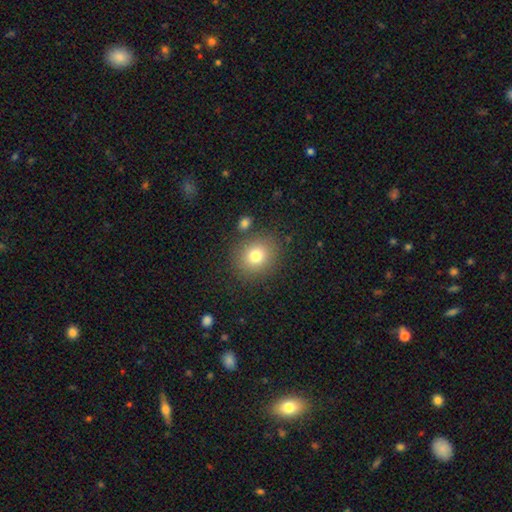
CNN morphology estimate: Smooth or featured: smooth — 77% (star or artifact — 13%)
How rounded: round — 78% (in between — 22%)
Merging: none — 83% (minor disturbance — 9%)